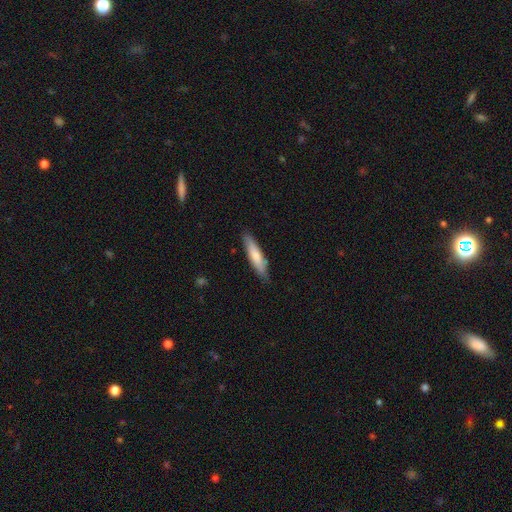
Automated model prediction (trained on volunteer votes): Q: Smooth or featured?
A: smooth (72%); runner-up: featured or disk (23%)
Q: How rounded?
A: cigar-shaped (81%); runner-up: in between (18%)
Q: Merging?
A: none (83%); runner-up: minor disturbance (13%)